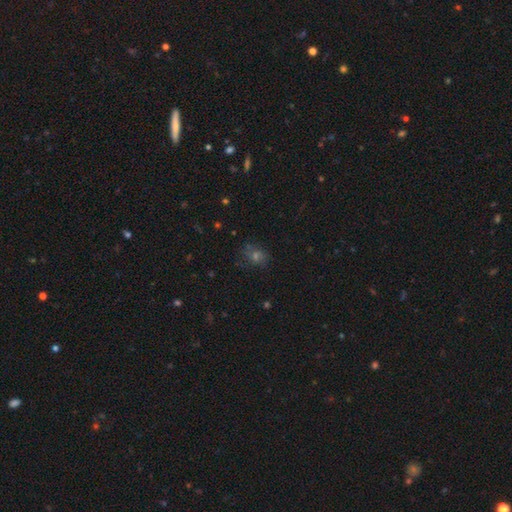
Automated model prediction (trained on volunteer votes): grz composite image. It shows a smooth galaxy with no disk features (46%). Merging: none (70%).